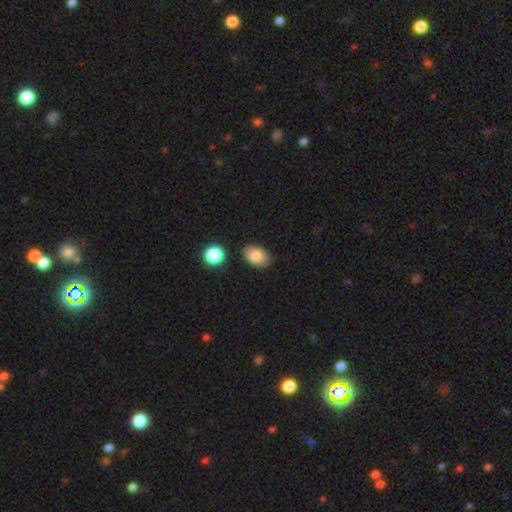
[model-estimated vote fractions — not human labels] A smooth galaxy with no disk features (84%) that is in between round and cigar-shaped (83%). Merging: none (83%).